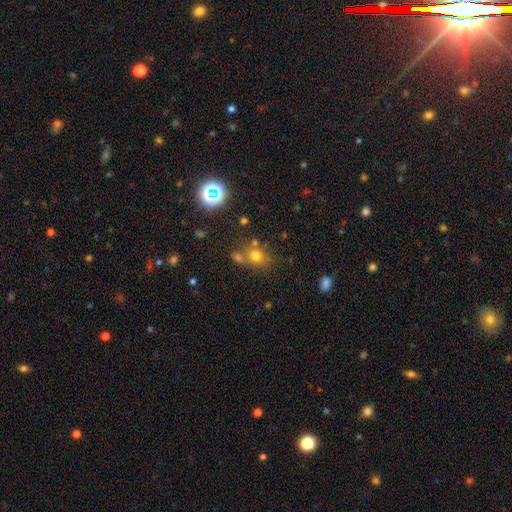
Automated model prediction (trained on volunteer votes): Overall: smooth (68%). How rounded: round (71%). Merging: none (57%; merger 26%).